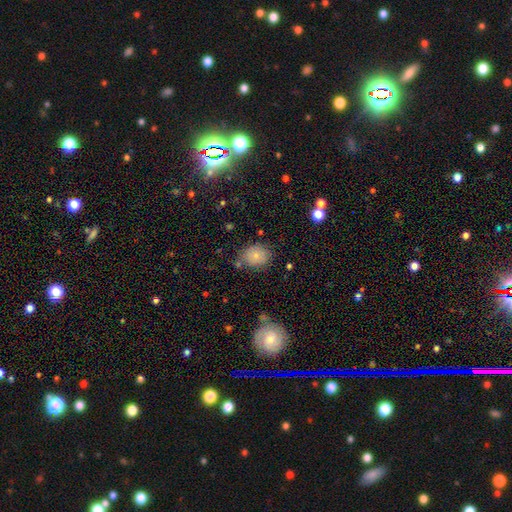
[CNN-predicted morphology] Smooth or featured?
  - smooth: 76% *
  - featured or disk: 13%
  - star or artifact: 10%
How rounded?
  - round: 67% *
  - in between: 32%
  - cigar-shaped: 1%
Merging?
  - none: 73% *
  - minor disturbance: 17%
  - merger: 6%
  - major disturbance: 4%